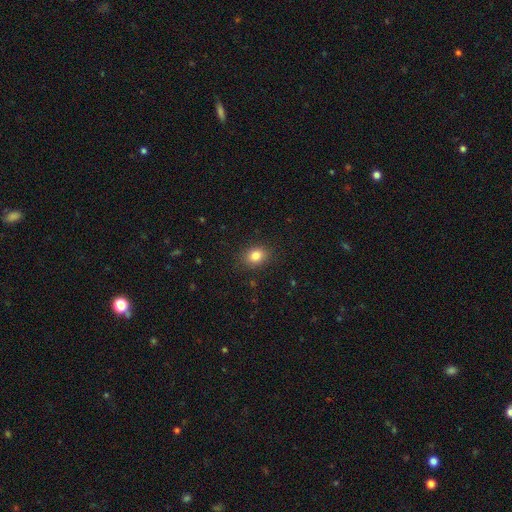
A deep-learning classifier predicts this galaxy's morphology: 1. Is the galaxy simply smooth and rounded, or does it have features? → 83% smooth, 11% star or artifact, 6% featured or disk.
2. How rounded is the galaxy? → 56% in between, 43% round, 1% cigar-shaped.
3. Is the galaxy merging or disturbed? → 87% none, 9% minor disturbance, 3% major disturbance, 1% merger.